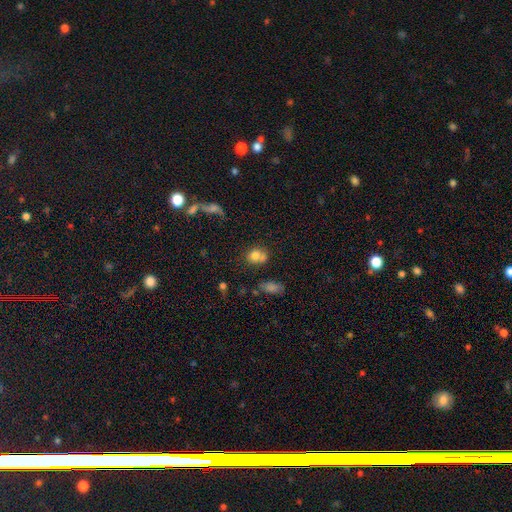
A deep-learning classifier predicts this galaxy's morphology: A smooth galaxy with no disk features (77%) that is round (65%).

Vote fractions:
- Smooth or featured? smooth: 77% / star or artifact: 11% / featured or disk: 11%
- How rounded? round: 65% / in between: 34% / cigar-shaped: 1%
- Merging? none: 48% / merger: 29% / minor disturbance: 16% / major disturbance: 7%